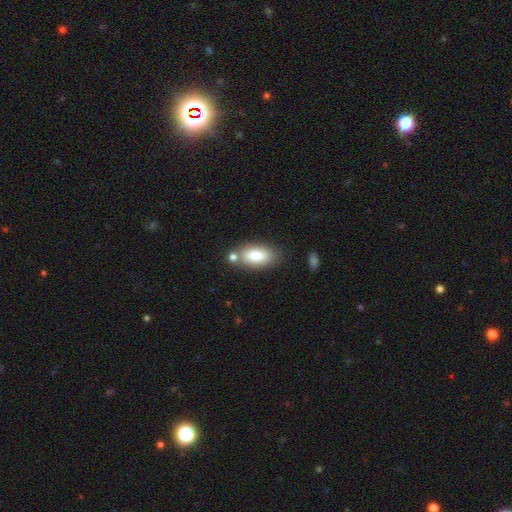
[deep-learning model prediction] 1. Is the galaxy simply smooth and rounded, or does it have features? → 82% smooth, 11% featured or disk, 7% star or artifact.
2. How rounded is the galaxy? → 90% in between, 5% cigar-shaped, 4% round.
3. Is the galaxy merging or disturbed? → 67% none, 15% merger, 13% minor disturbance, 4% major disturbance.